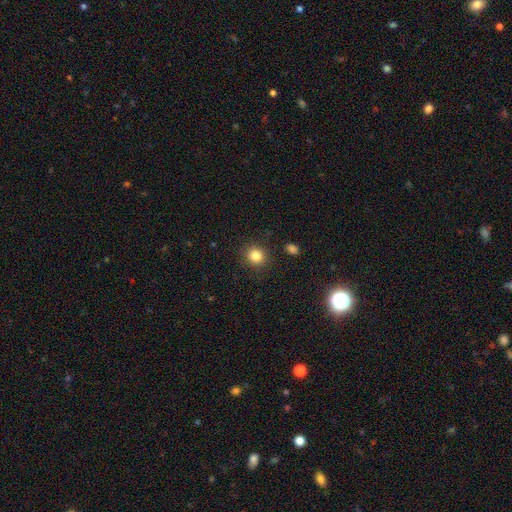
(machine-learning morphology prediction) Q: Smooth or featured?
A: smooth (83%); runner-up: star or artifact (11%)
Q: How rounded?
A: round (87%); runner-up: in between (12%)
Q: Merging?
A: none (89%); runner-up: minor disturbance (7%)